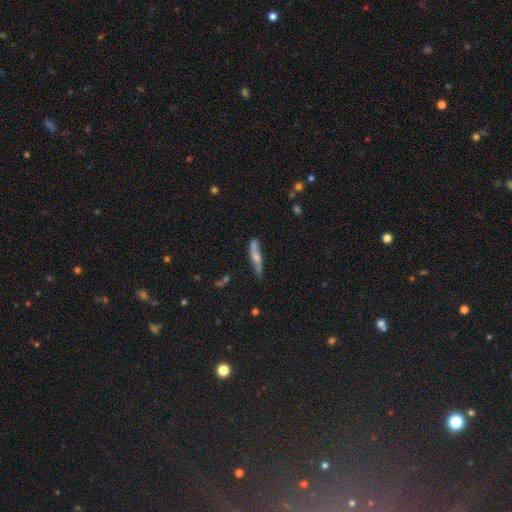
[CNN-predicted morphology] Overall: featured or disk (50%; smooth 43%). Merging: none (60%; minor disturbance 26%).